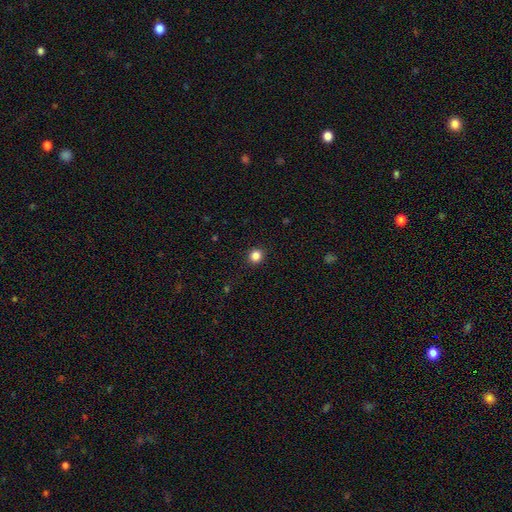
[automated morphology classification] Smooth or featured?
  - smooth: 85% *
  - star or artifact: 12%
  - featured or disk: 3%
How rounded?
  - round: 91% *
  - in between: 9%
  - cigar-shaped: 1%
Merging?
  - none: 92% *
  - minor disturbance: 5%
  - major disturbance: 2%
  - merger: 1%